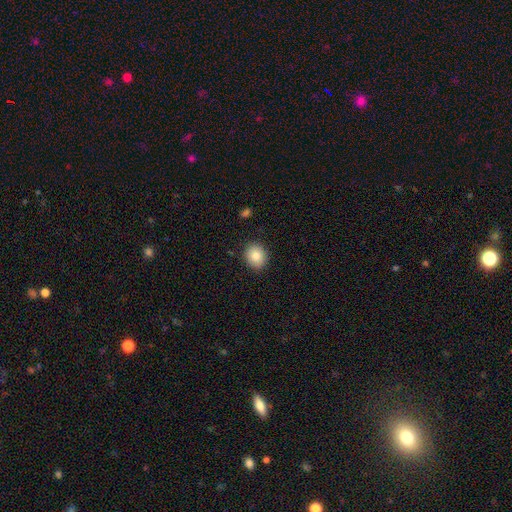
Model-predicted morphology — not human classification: type=smooth (84%); roundness=round (69%); merging=none (89%).